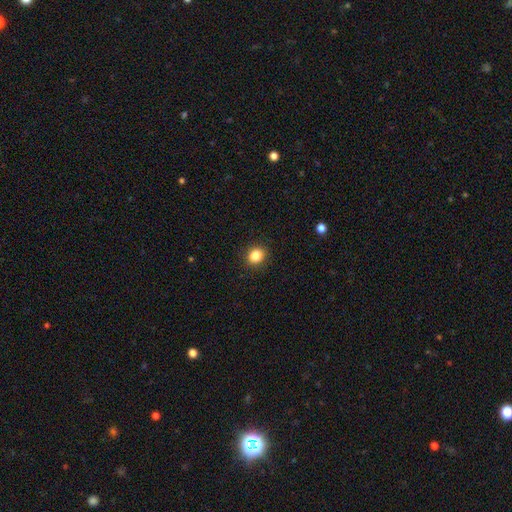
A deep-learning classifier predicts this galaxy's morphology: smooth 85%, star or artifact 10%, featured or disk 5%. Down the decision tree: how rounded — round (69%); merging — none (91%).